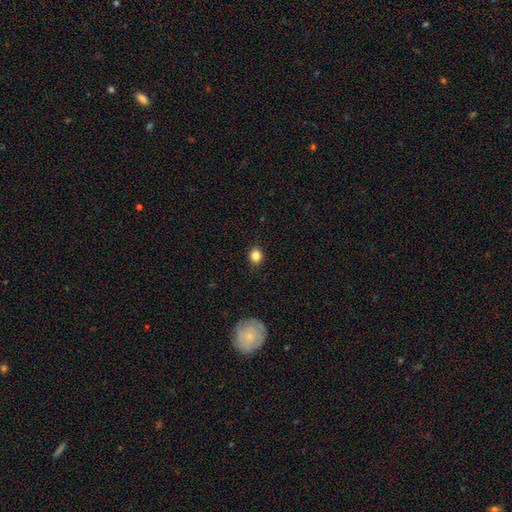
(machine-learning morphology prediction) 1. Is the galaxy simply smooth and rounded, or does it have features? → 85% smooth, 11% star or artifact, 5% featured or disk.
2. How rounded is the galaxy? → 76% round, 23% in between, 1% cigar-shaped.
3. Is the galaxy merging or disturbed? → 89% none, 8% minor disturbance, 2% major disturbance, 1% merger.